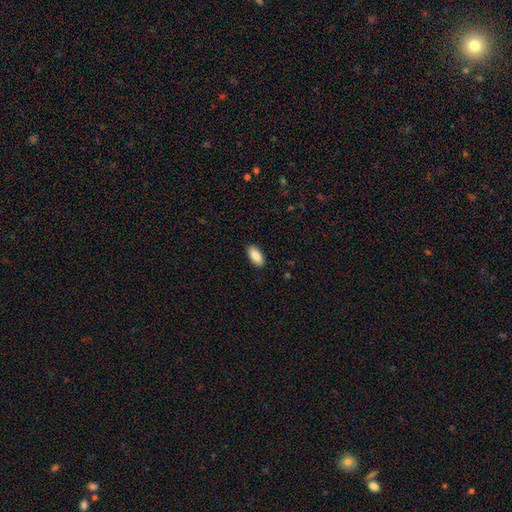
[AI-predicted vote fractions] Overall: smooth (87%). How rounded: in between (91%). Merging: none (90%).